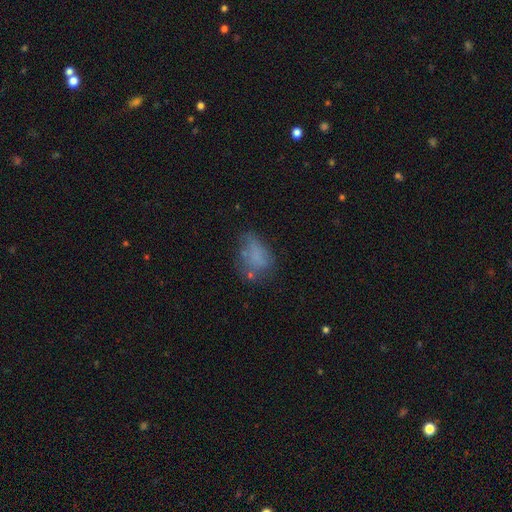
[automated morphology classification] The model was most divided on "merging": none: 41%, minor disturbance: 28%, major disturbance: 24%, merger: 7%. More confident: how rounded — in between (79%); smooth or featured — smooth (61%).